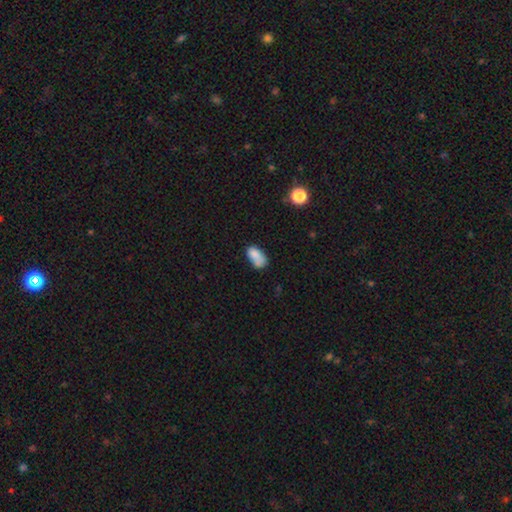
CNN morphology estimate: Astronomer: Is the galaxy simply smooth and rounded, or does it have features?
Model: smooth — 78%.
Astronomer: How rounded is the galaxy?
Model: in between — 89%.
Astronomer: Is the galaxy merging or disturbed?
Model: none — 40% (runner-up: minor disturbance, 26%).